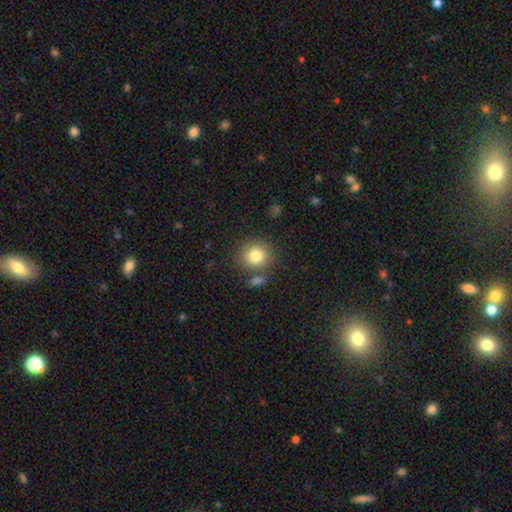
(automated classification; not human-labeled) This is clearly a smooth galaxy (82%). How rounded: clearly round (86%). Merging: likely none (74%).